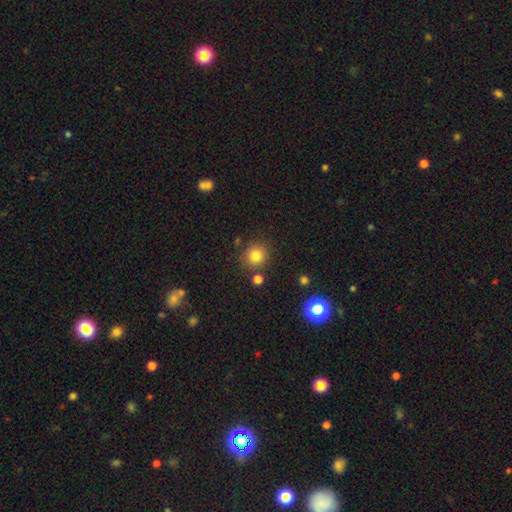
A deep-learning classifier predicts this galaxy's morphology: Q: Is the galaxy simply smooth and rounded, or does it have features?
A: smooth — 81%.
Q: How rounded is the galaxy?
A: round — 90%.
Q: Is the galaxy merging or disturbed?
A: none — 82%.